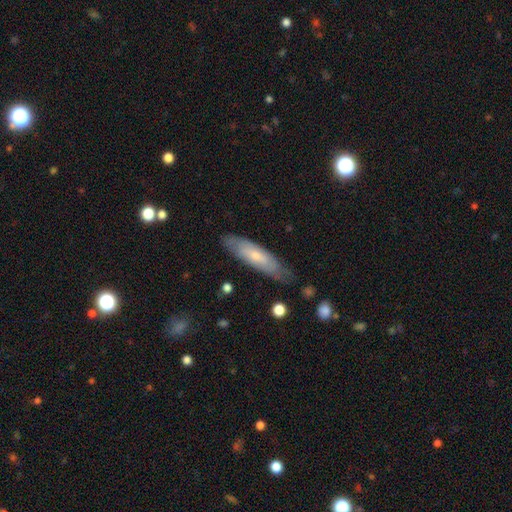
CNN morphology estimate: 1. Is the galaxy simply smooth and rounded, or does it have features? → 55% smooth, 39% featured or disk, 6% star or artifact.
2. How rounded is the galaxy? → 63% cigar-shaped, 35% in between, 2% round.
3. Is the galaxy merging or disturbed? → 75% none, 19% minor disturbance, 4% major disturbance, 2% merger.